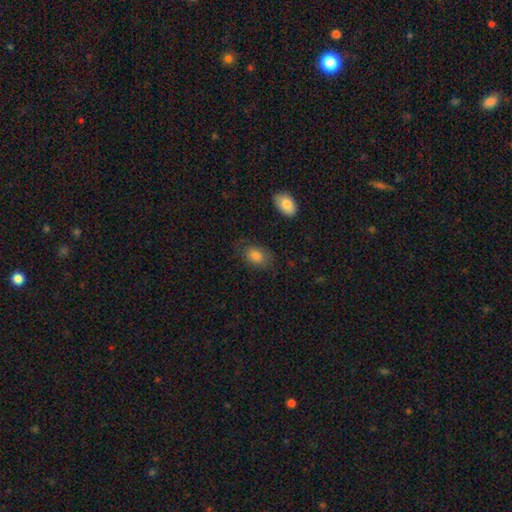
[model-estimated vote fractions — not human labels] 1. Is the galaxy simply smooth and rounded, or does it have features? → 83% smooth, 9% featured or disk, 8% star or artifact.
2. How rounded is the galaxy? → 85% in between, 14% round, 1% cigar-shaped.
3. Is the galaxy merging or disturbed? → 73% none, 19% minor disturbance, 6% major disturbance, 2% merger.